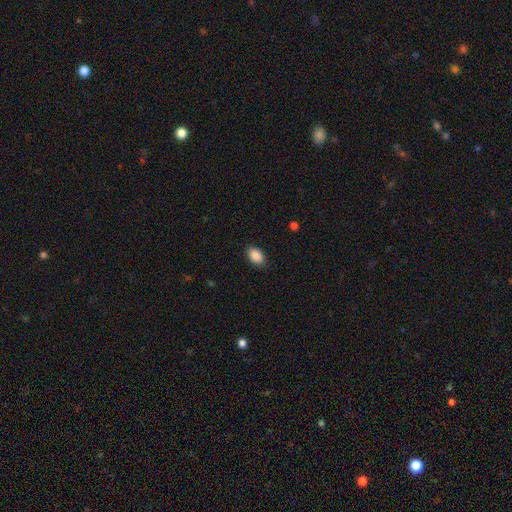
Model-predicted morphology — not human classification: This is clearly a smooth galaxy (89%). How rounded: clearly in between (88%). Merging: clearly none (85%).